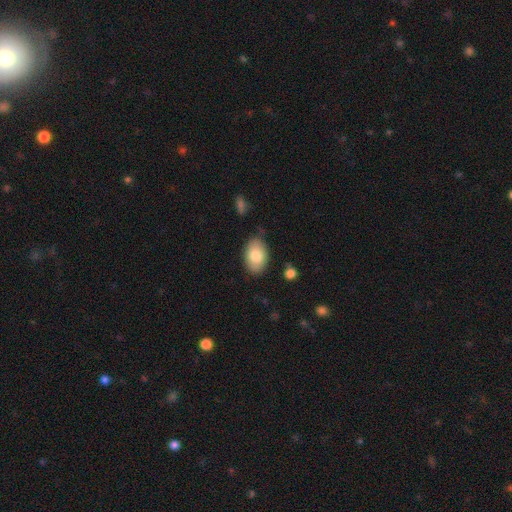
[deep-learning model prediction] Morphology: type=smooth (82%); roundness=in between (90%); merging=none (81%).